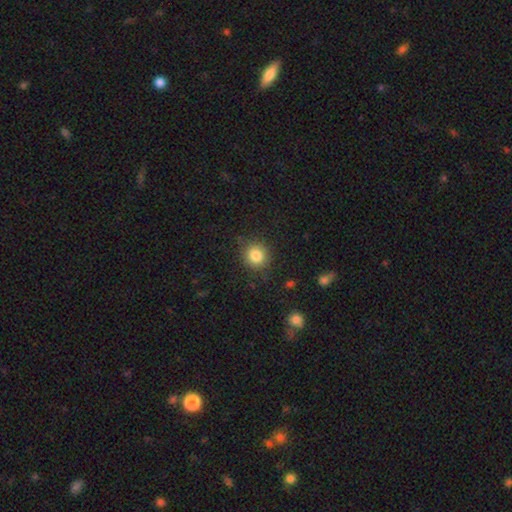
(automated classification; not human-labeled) smooth_or_featured: smooth (p=0.84) [alt: star or artifact p=0.11]
how_rounded: round (p=0.90) [alt: in between p=0.09]
merging: none (p=0.86) [alt: minor disturbance p=0.10]